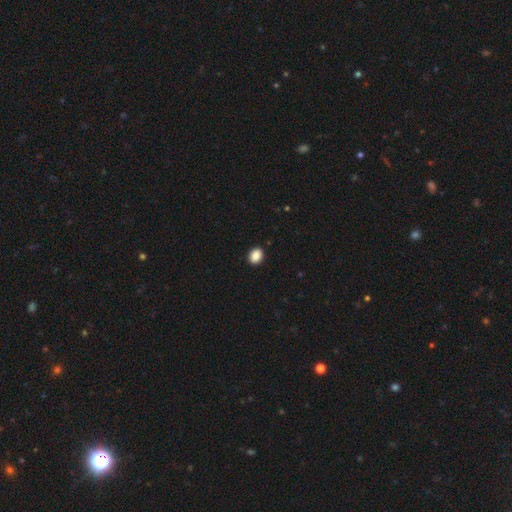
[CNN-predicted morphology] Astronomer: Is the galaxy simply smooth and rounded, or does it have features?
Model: smooth — 89%.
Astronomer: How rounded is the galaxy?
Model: in between — 58% (runner-up: round, 41%).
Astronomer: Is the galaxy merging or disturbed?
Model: none — 91%.